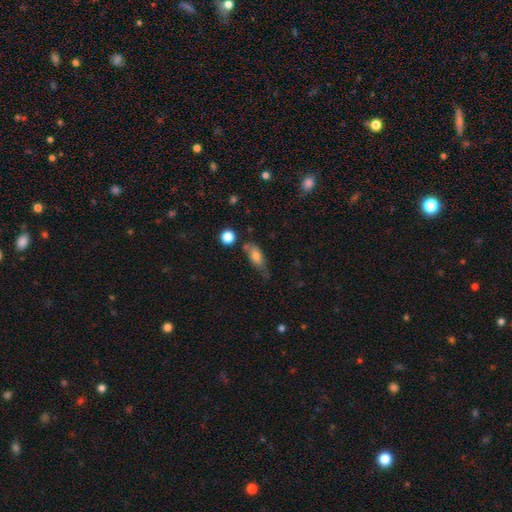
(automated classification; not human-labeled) Q: Smooth or featured?
A: smooth (75%); runner-up: featured or disk (17%)
Q: How rounded?
A: in between (77%); runner-up: cigar-shaped (17%)
Q: Merging?
A: none (47%); runner-up: minor disturbance (32%)